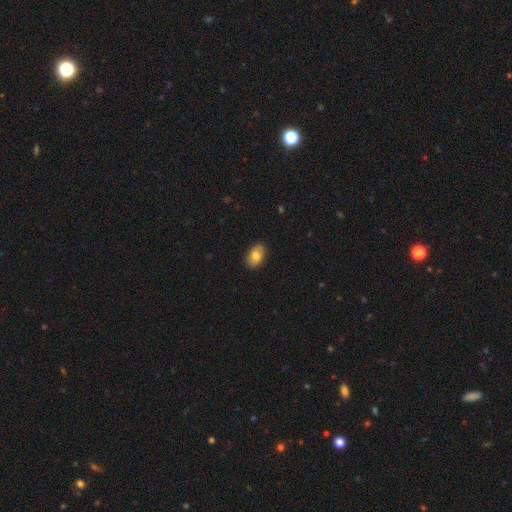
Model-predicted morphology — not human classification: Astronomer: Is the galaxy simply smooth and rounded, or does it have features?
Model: smooth — 78%.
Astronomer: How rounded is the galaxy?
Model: in between — 90%.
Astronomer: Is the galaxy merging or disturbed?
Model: none — 87%.